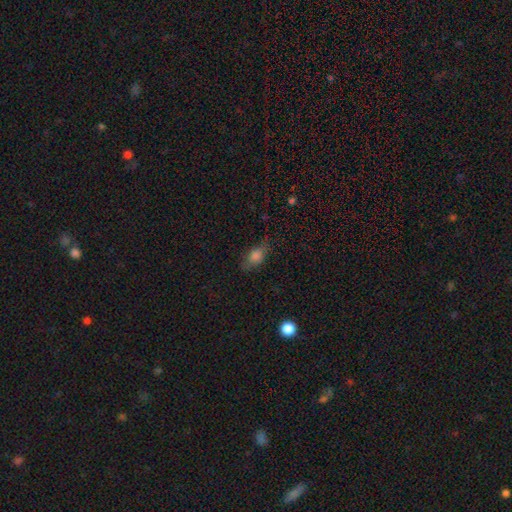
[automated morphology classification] This is likely a smooth galaxy (73%). How rounded: likely in between (78%). Merging: likely none (69%).